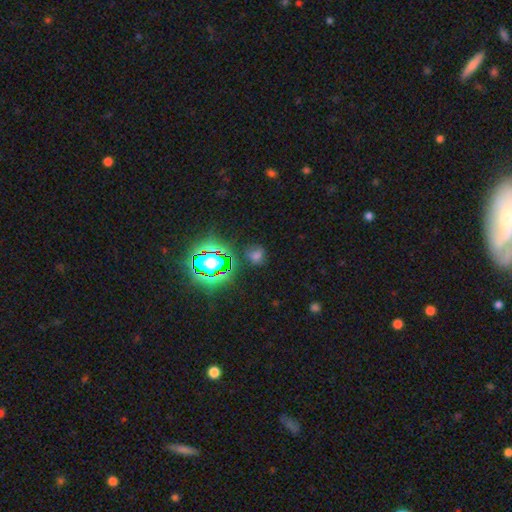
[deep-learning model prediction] smooth-or-featured: smooth: 48% | star or artifact: 42% | featured or disk: 10%
  merging: none: 73% | minor disturbance: 15% | major disturbance: 7% | merger: 5%